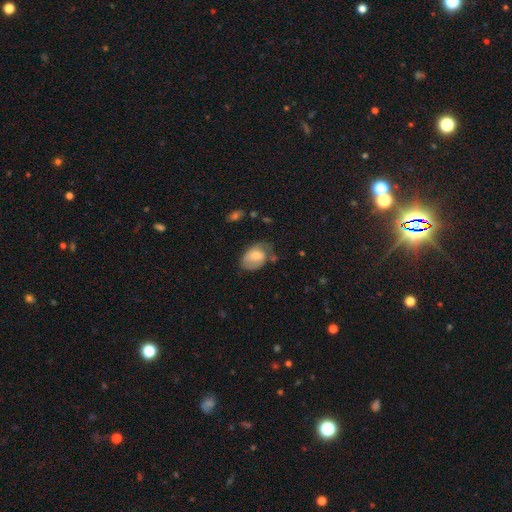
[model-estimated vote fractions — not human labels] Smooth or featured: smooth — 58% (featured or disk — 35%)
How rounded: in between — 80% (round — 19%)
Merging: none — 47% (minor disturbance — 33%)